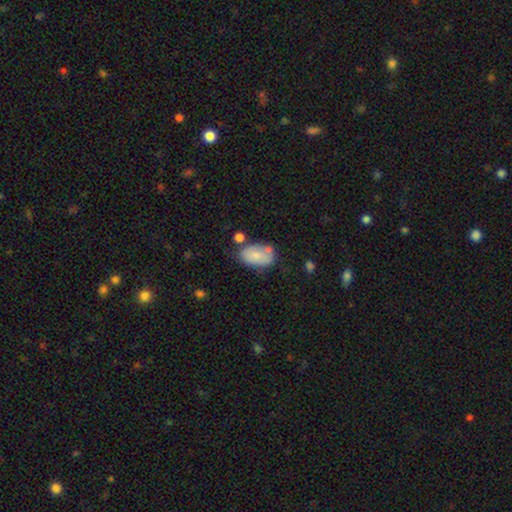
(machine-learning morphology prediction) Smooth or featured? smooth (74%)
How rounded? in between (92%)
Merging? none (56%)